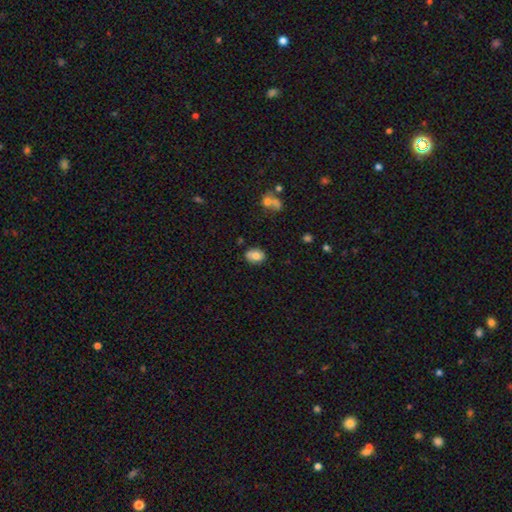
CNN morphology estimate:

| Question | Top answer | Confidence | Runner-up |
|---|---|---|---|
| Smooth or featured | smooth | 75% | featured or disk (16%) |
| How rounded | in between | 67% | round (31%) |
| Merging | none | 79% | minor disturbance (15%) |